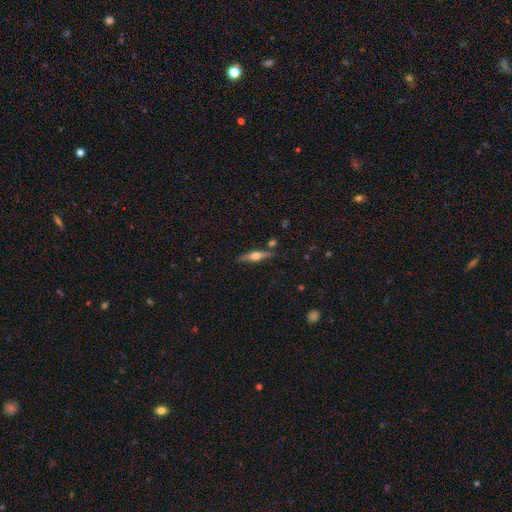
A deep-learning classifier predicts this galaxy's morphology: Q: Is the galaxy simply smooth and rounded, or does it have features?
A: featured or disk — 70%.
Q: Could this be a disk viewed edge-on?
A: yes — 97%.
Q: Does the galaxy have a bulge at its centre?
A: rounded — 94%.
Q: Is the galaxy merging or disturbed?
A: none — 84%.